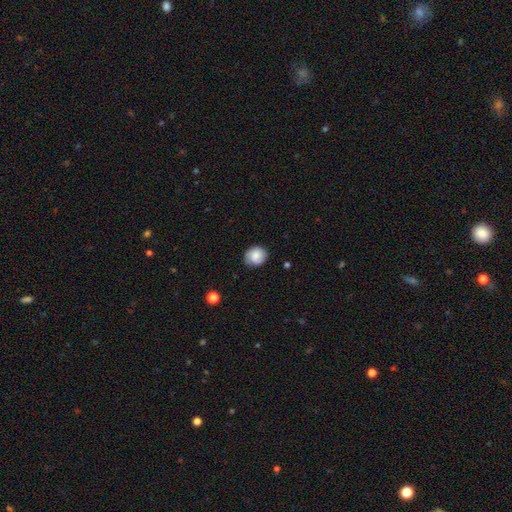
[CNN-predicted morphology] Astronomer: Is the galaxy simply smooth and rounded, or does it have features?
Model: smooth — 78%.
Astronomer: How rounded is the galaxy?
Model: round — 80%.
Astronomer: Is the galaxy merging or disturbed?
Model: none — 79%.